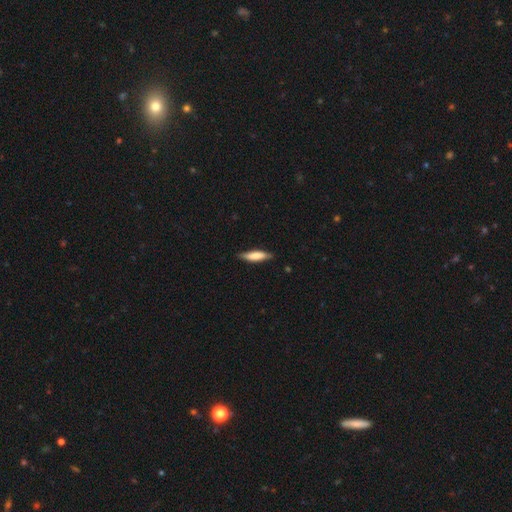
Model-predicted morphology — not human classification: This appears to be a smooth galaxy with no disk features (70%) that is cigar-shaped (70%). Merging: none (82%).